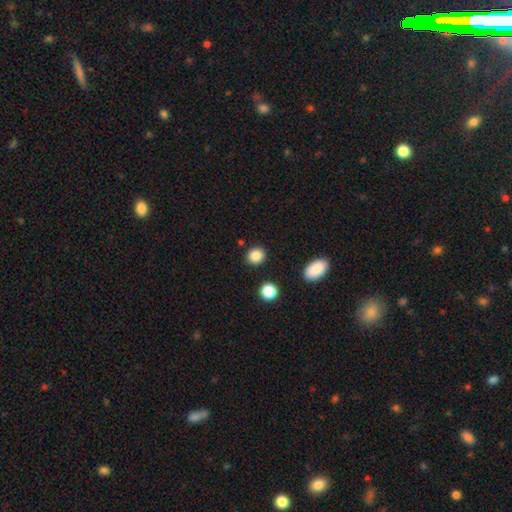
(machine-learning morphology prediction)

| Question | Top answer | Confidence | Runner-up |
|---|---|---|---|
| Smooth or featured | smooth | 86% | star or artifact (10%) |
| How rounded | round | 80% | in between (19%) |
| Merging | none | 88% | minor disturbance (7%) |